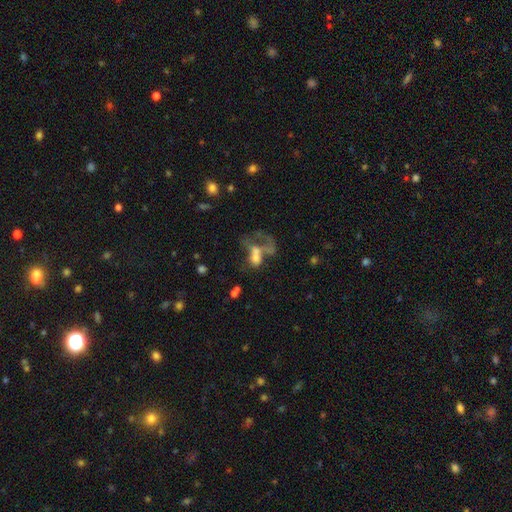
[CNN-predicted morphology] smooth-or-featured: featured or disk: 44% | smooth: 39% | star or artifact: 17%
  merging: merger: 48% | major disturbance: 31% | none: 14% | minor disturbance: 7%